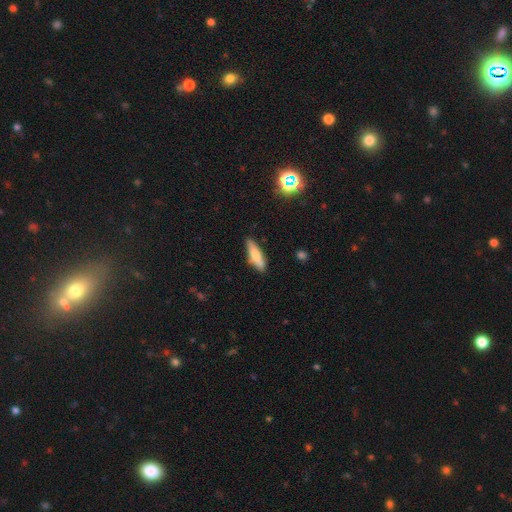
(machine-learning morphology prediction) Q: Smooth or featured?
A: smooth (73%); runner-up: featured or disk (20%)
Q: How rounded?
A: cigar-shaped (62%); runner-up: in between (36%)
Q: Merging?
A: none (80%); runner-up: minor disturbance (15%)